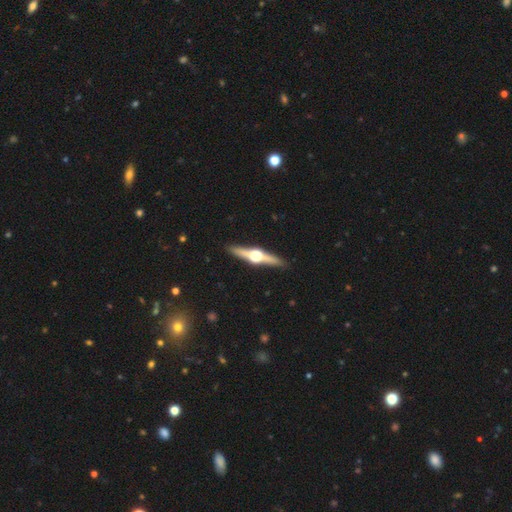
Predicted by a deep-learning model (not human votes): smooth_or_featured: featured or disk (p=0.82) [alt: smooth p=0.13]
disk_edge_on: yes (p=0.98) [alt: no p=0.02]
edge_on_bulge: rounded (p=0.96) [alt: boxy p=0.02]
merging: none (p=0.92) [alt: minor disturbance p=0.06]